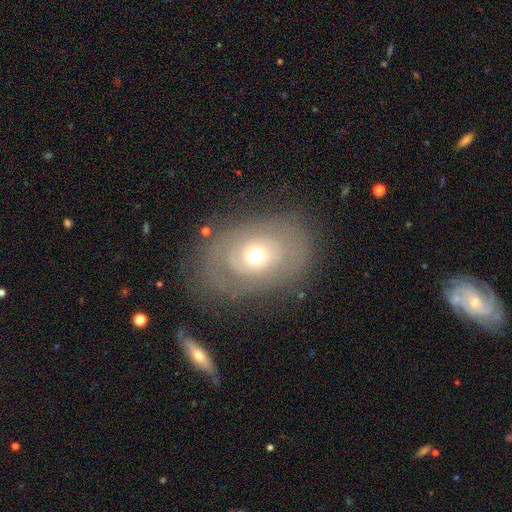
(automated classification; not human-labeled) smooth_or_featured: featured or disk (p=0.54) [alt: smooth p=0.38]
disk_edge_on: no (p=0.93) [alt: yes p=0.07]
merging: none (p=0.77) [alt: minor disturbance p=0.14]